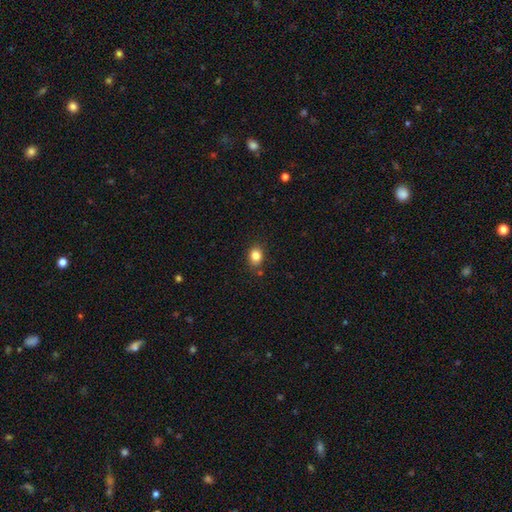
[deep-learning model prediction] Smooth or featured? smooth (83%)
How rounded? in between (52%)
Merging? none (82%)